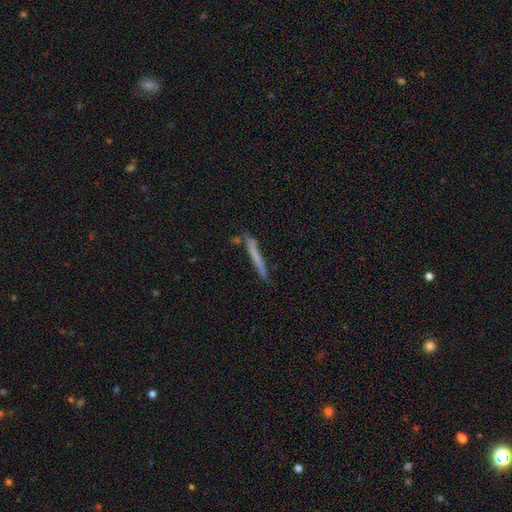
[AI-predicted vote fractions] Smooth or featured? smooth (61%)
How rounded? cigar-shaped (96%)
Merging? none (77%)